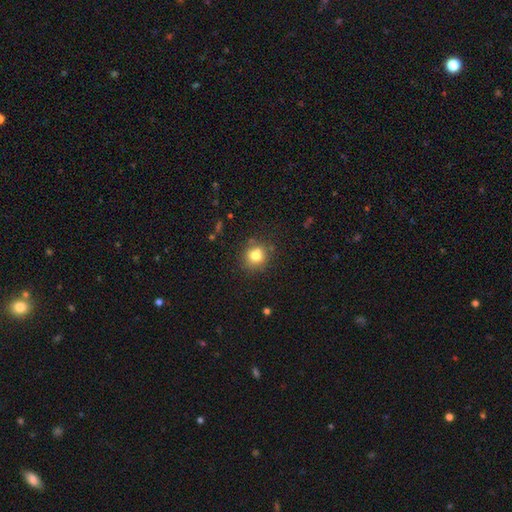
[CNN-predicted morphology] smooth-or-featured: smooth: 77% | star or artifact: 13% | featured or disk: 10%
  how-rounded: round: 83% | in between: 16% | cigar-shaped: 1%
  merging: none: 75% | minor disturbance: 14% | merger: 8% | major disturbance: 4%